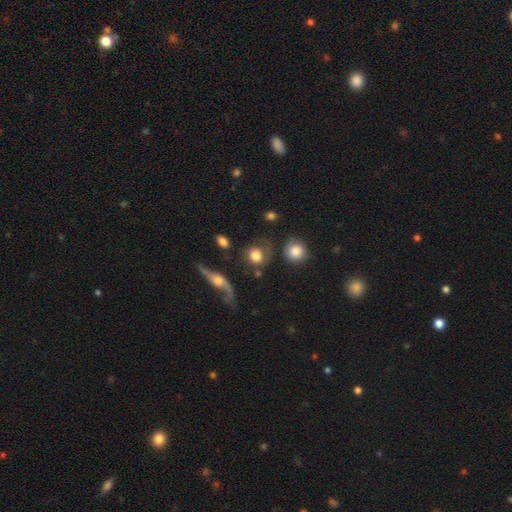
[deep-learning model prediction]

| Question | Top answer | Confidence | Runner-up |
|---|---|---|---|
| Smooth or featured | smooth | 73% | featured or disk (18%) |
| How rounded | round | 83% | in between (16%) |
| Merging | none | 56% | minor disturbance (19%) |